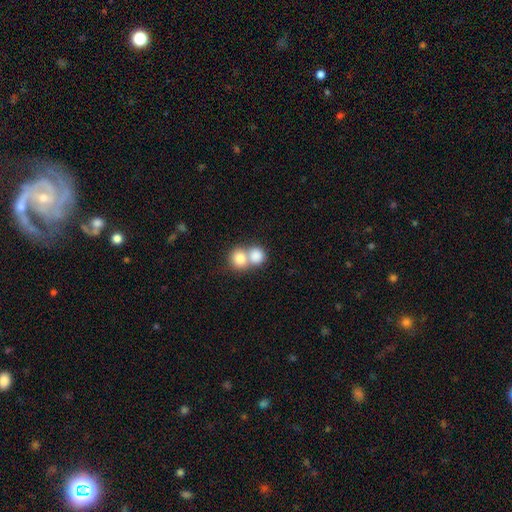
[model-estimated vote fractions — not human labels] Smooth or featured: smooth — 81% (featured or disk — 11%)
How rounded: round — 80% (in between — 19%)
Merging: merger — 65% (none — 27%)